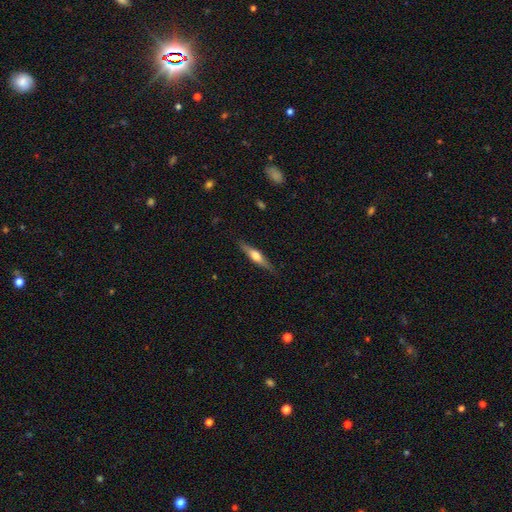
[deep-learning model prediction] A featured or disk galaxy (55%) viewed edge-on (94%) with a rounded central bulge (84%).

Vote fractions:
- Smooth or featured? featured or disk: 55% / smooth: 39% / star or artifact: 6%
- Edge-on disk? yes: 94% / no: 6%
- Edge-on bulge? rounded: 84% / boxy: 10% / none: 6%
- Merging? none: 86% / minor disturbance: 11% / major disturbance: 2% / merger: 1%